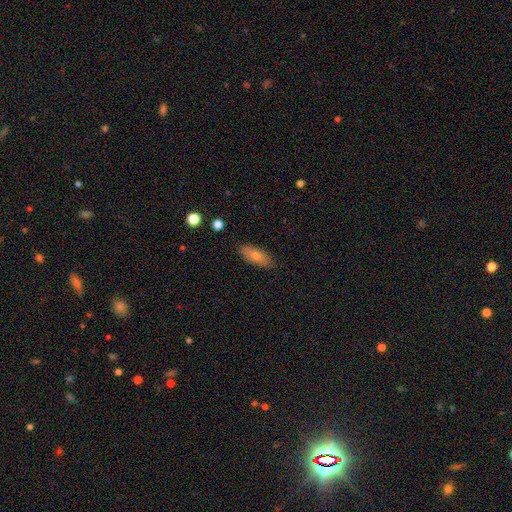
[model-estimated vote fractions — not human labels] A smooth galaxy with no disk features (77%) that is in between round and cigar-shaped (80%).

Vote fractions:
- Smooth or featured? smooth: 77% / featured or disk: 16% / star or artifact: 7%
- How rounded? in between: 80% / cigar-shaped: 18% / round: 2%
- Merging? none: 84% / minor disturbance: 12% / major disturbance: 3% / merger: 1%